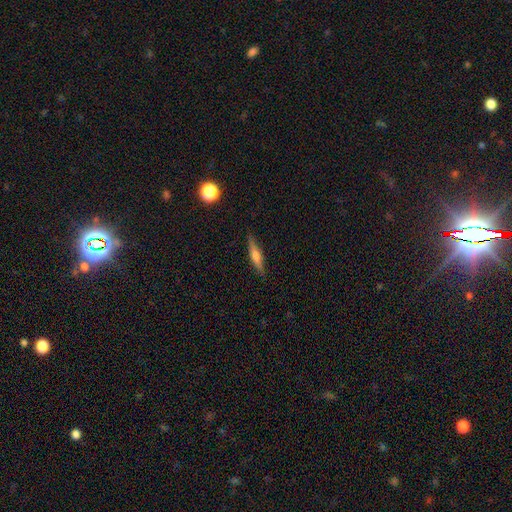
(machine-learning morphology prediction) Q: Smooth or featured?
A: featured or disk (49%); runner-up: smooth (44%)
Q: Merging?
A: none (88%); runner-up: minor disturbance (9%)